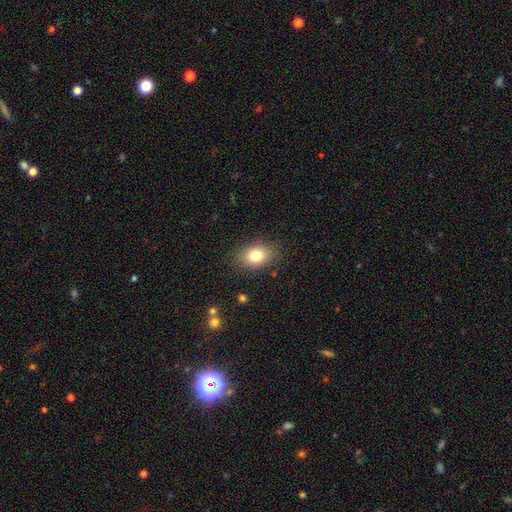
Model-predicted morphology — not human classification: This is clearly a smooth galaxy (81%). How rounded: likely in between (74%). Merging: clearly none (84%).